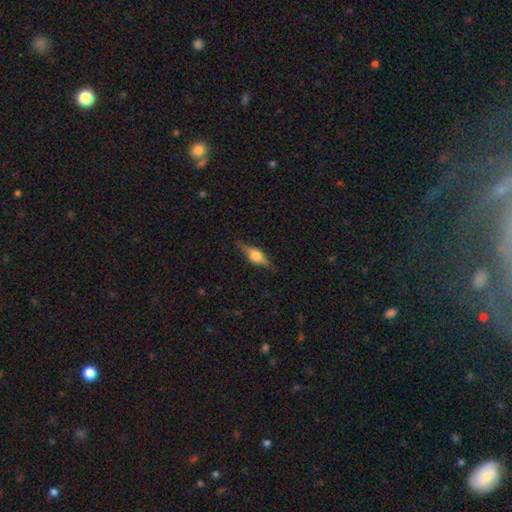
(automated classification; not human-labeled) The model was most divided on "smooth or featured": featured or disk: 59%, smooth: 34%, star or artifact: 7%. More confident: edge-on disk — yes (95%); edge-on bulge — rounded (92%); merging — none (83%).